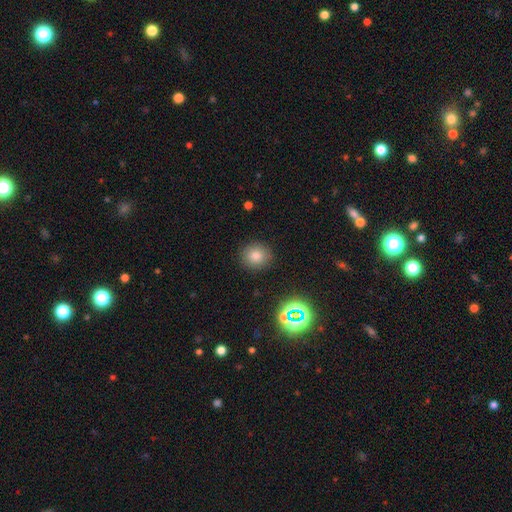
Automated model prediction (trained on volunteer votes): Smooth or featured? Predicted: smooth (p=0.77). How rounded? Predicted: round (p=0.91). Merging? Predicted: none (p=0.90).